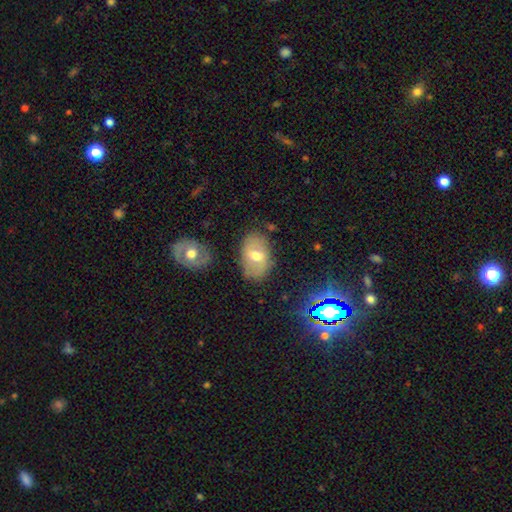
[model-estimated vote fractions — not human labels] Smooth or featured? smooth (49%)
Merging? none (77%)